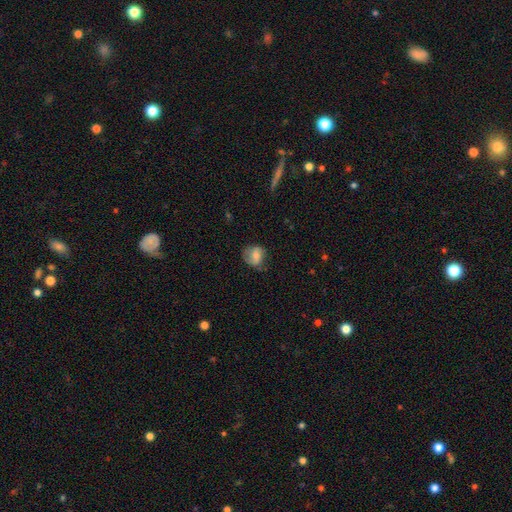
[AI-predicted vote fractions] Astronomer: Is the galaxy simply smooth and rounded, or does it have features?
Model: smooth — 64%.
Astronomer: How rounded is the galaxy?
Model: round — 63%.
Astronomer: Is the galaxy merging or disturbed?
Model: none — 60%.